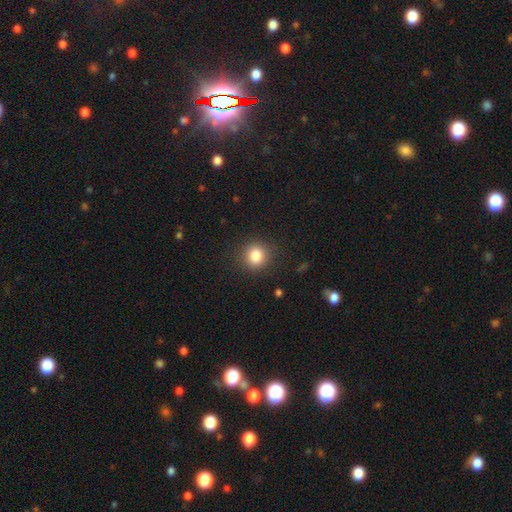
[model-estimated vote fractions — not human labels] Overall: smooth (83%). How rounded: round (87%). Merging: none (89%).